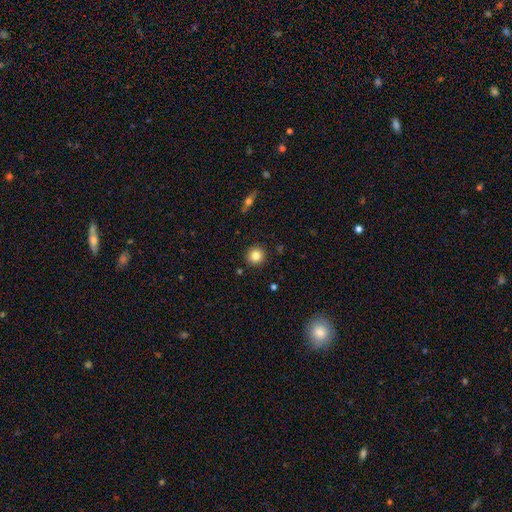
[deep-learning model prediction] smooth_or_featured: smooth (p=0.82) [alt: star or artifact p=0.11]
how_rounded: round (p=0.95) [alt: in between p=0.04]
merging: none (p=0.91) [alt: minor disturbance p=0.06]